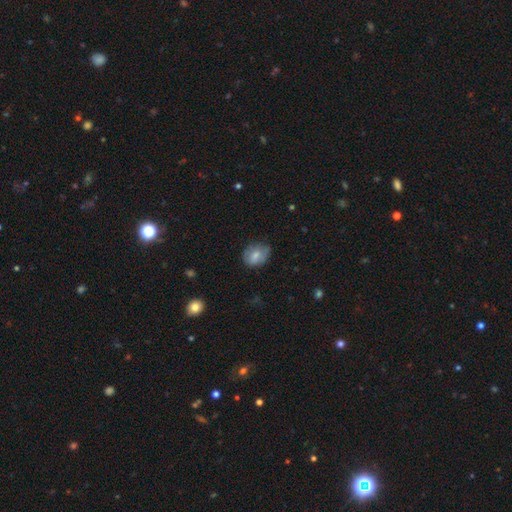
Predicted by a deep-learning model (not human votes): Overall: smooth (73%). How rounded: in between (56%; round 43%). Merging: none (67%).